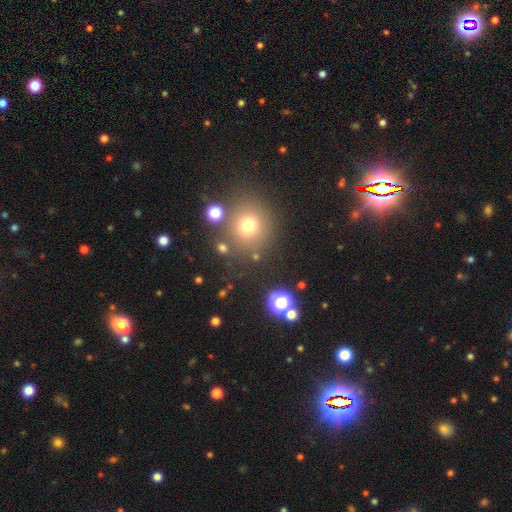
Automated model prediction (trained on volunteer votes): A smooth galaxy with no disk features (66%) that is round (90%).

Vote fractions:
- Smooth or featured? smooth: 66% / star or artifact: 25% / featured or disk: 9%
- How rounded? round: 90% / in between: 9% / cigar-shaped: 1%
- Merging? none: 80% / minor disturbance: 9% / merger: 7% / major disturbance: 4%